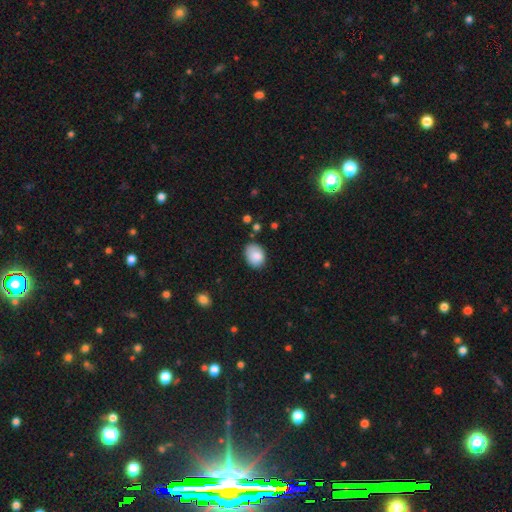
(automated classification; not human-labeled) Overall: smooth (85%). How rounded: in between (65%; round 34%). Merging: none (71%).